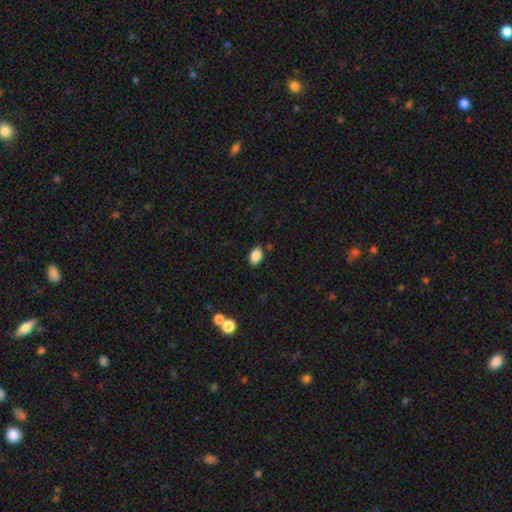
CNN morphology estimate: Smooth or featured? smooth (86%)
How rounded? in between (88%)
Merging? none (83%)